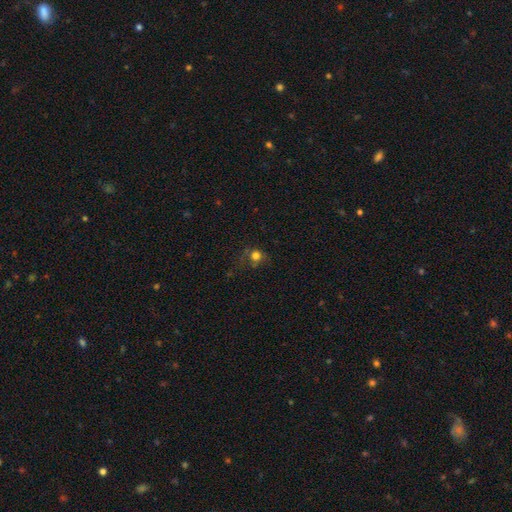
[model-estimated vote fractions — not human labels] smooth-or-featured: smooth: 68% | star or artifact: 19% | featured or disk: 12%
  how-rounded: round: 84% | in between: 15% | cigar-shaped: 1%
  merging: none: 57% | minor disturbance: 20% | major disturbance: 19% | merger: 4%